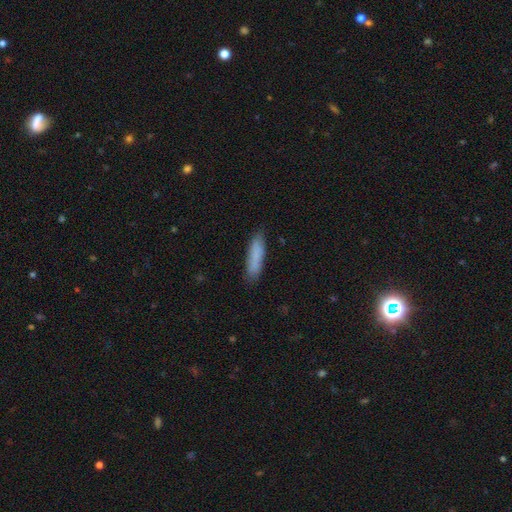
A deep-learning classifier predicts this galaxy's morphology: smooth_or_featured: smooth (p=0.82) [alt: featured or disk p=0.11]
how_rounded: cigar-shaped (p=0.80) [alt: in between p=0.19]
merging: none (p=0.83) [alt: minor disturbance p=0.14]